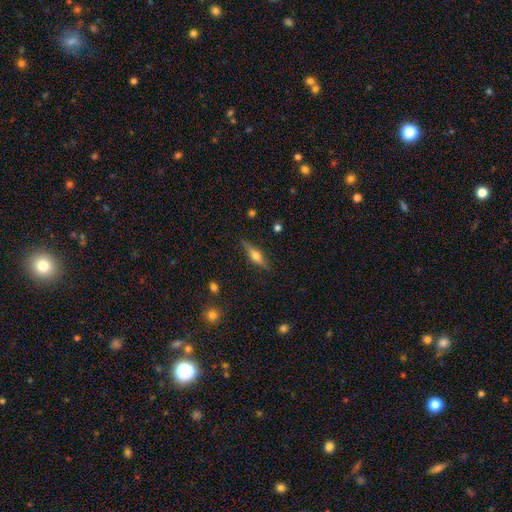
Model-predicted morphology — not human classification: Q: Smooth or featured?
A: featured or disk (47%); runner-up: smooth (46%)
Q: Merging?
A: none (84%); runner-up: minor disturbance (12%)